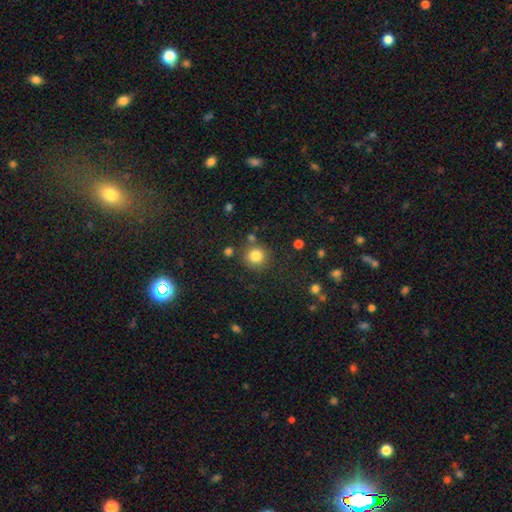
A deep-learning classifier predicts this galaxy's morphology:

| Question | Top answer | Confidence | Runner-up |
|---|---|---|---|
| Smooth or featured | smooth | 83% | star or artifact (11%) |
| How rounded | round | 92% | in between (7%) |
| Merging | none | 82% | minor disturbance (9%) |